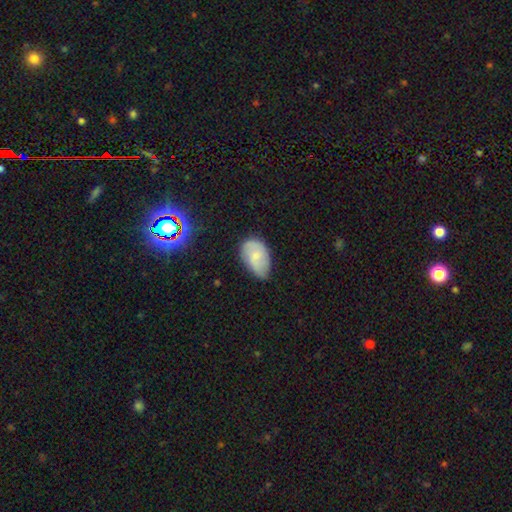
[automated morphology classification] This appears to be a smooth galaxy with no disk features (63%) that is in between round and cigar-shaped (89%). Merging: none (53%).